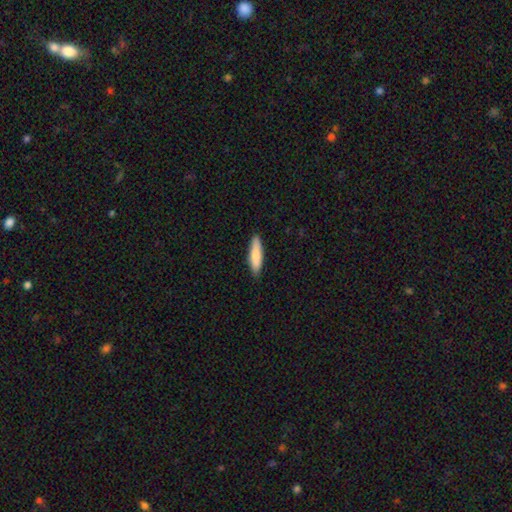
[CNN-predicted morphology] Smooth or featured? Predicted: smooth (p=0.81). How rounded? Predicted: cigar-shaped (p=0.72). Merging? Predicted: none (p=0.88).